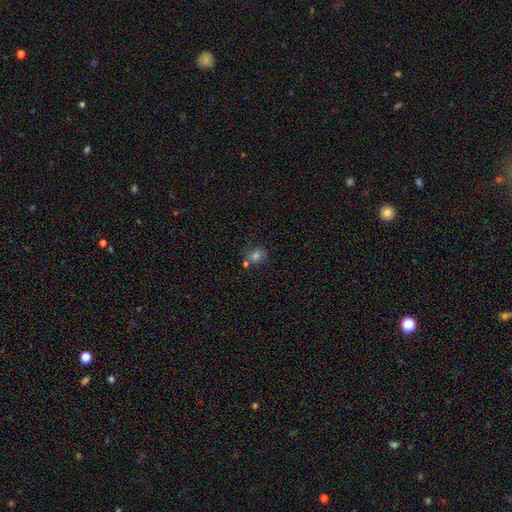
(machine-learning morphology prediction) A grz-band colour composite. It shows a smooth galaxy with no disk features (73%) that is round (70%). Merging: none (66%).